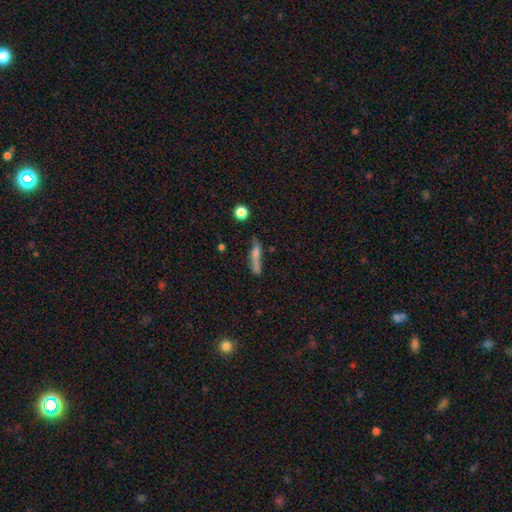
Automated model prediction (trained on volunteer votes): The model was most divided on "smooth or featured": smooth: 55%, featured or disk: 36%, star or artifact: 9%. More confident: how rounded — cigar-shaped (84%); merging — none (59%).